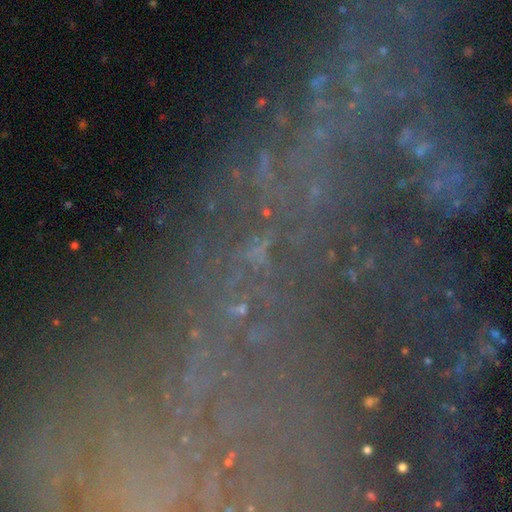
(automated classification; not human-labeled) A star or artifact, not a galaxy (62%).

Vote fractions:
- Smooth or featured? star or artifact: 62% / featured or disk: 24% / smooth: 14%